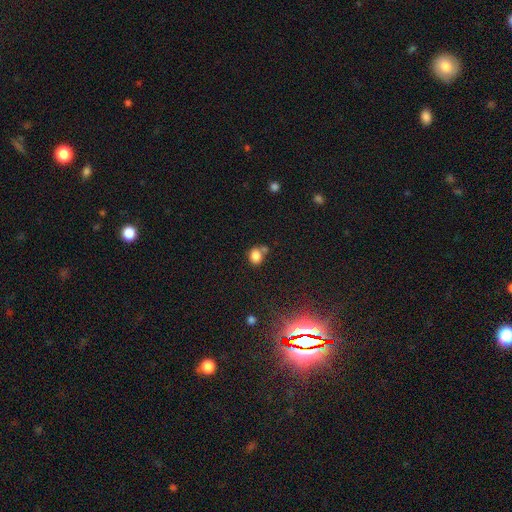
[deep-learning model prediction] A smooth galaxy with no disk features (82%) that is round (53%).

Vote fractions:
- Smooth or featured? smooth: 82% / star or artifact: 11% / featured or disk: 6%
- How rounded? round: 53% / in between: 46% / cigar-shaped: 1%
- Merging? none: 54% / merger: 26% / minor disturbance: 15% / major disturbance: 5%